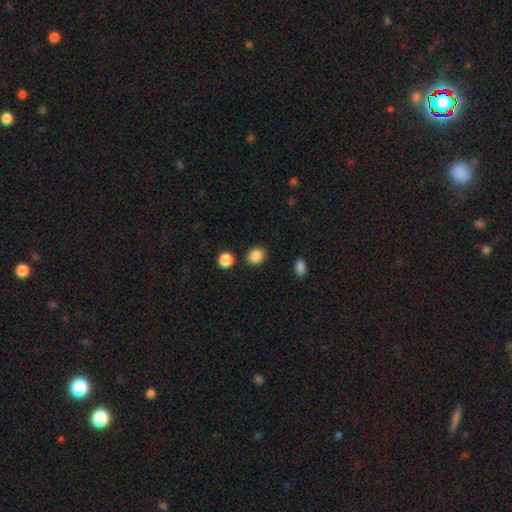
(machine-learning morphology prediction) smooth_or_featured: smooth (p=0.87) [alt: star or artifact p=0.10]
how_rounded: round (p=0.67) [alt: in between p=0.32]
merging: none (p=0.86) [alt: minor disturbance p=0.07]